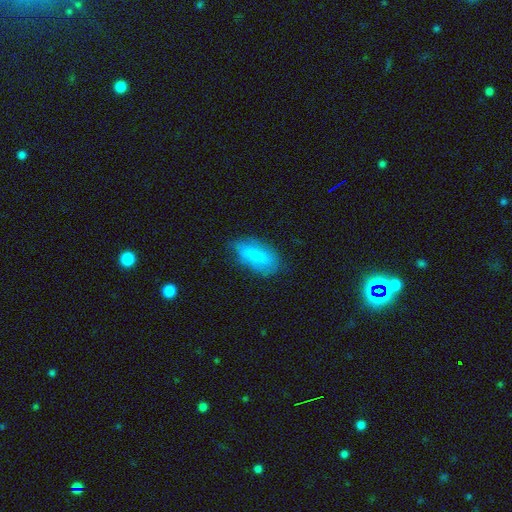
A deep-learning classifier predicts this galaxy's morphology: Overall: smooth (72%). How rounded: in between (74%). Merging: none (64%; minor disturbance 26%).